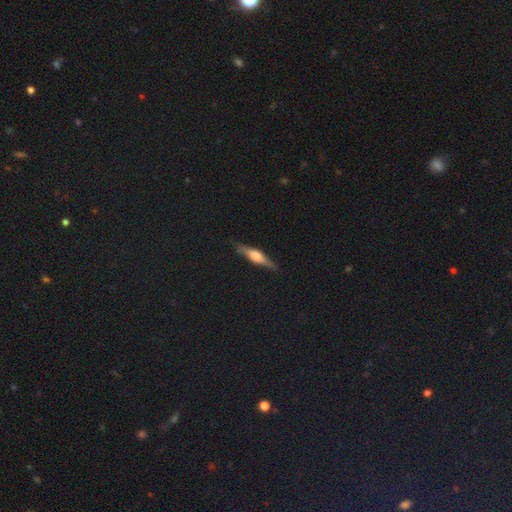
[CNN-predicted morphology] The model was most divided on "smooth or featured": featured or disk: 72%, smooth: 21%, star or artifact: 7%. More confident: edge-on disk — yes (97%); merging — none (88%); edge-on bulge — rounded (85%).